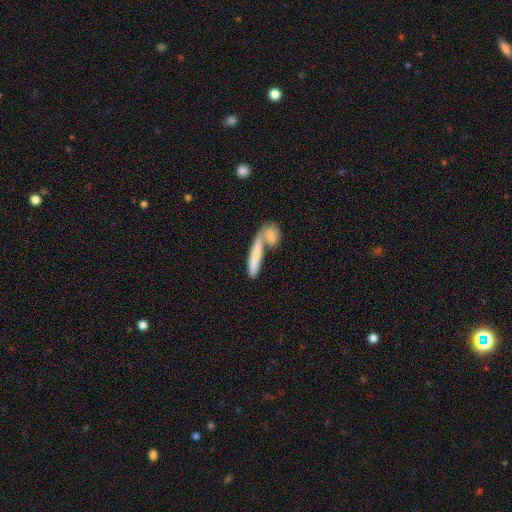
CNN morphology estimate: Smooth or featured?
  - smooth: 68% *
  - featured or disk: 25%
  - star or artifact: 7%
How rounded?
  - cigar-shaped: 80% *
  - in between: 17%
  - round: 3%
Merging?
  - merger: 49% *
  - none: 36%
  - minor disturbance: 9%
  - major disturbance: 6%